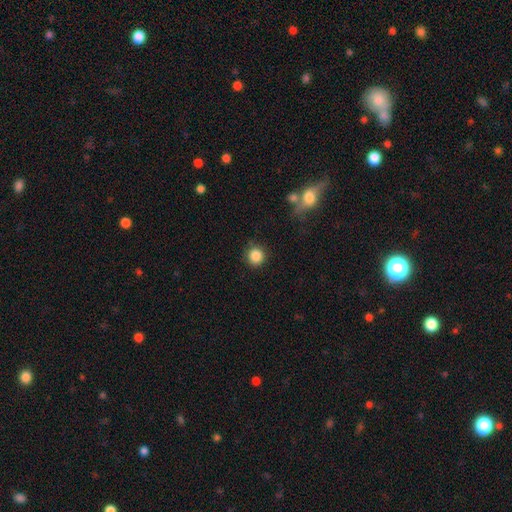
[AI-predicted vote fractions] Smooth or featured?
  - smooth: 86% *
  - star or artifact: 10%
  - featured or disk: 4%
How rounded?
  - round: 93% *
  - in between: 6%
  - cigar-shaped: 1%
Merging?
  - none: 86% *
  - minor disturbance: 9%
  - major disturbance: 3%
  - merger: 2%